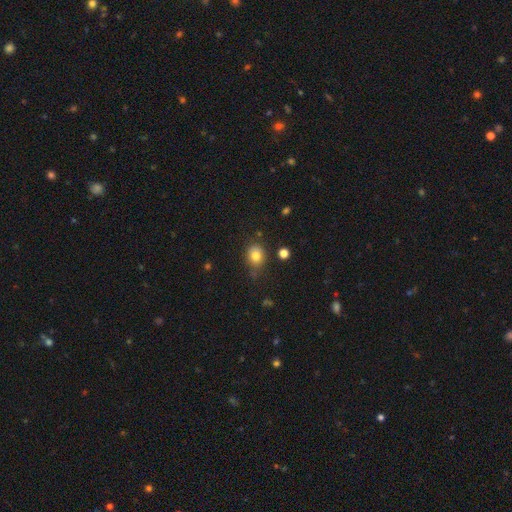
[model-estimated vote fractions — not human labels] smooth_or_featured: smooth (p=0.79) [alt: star or artifact p=0.11]
how_rounded: round (p=0.61) [alt: in between p=0.38]
merging: none (p=0.70) [alt: minor disturbance p=0.21]